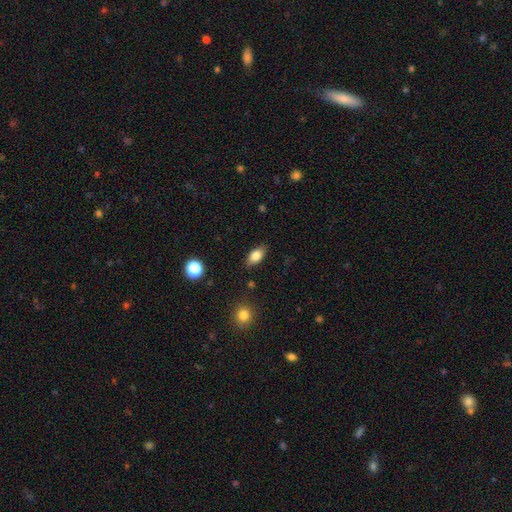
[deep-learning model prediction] A smooth galaxy with no disk features (82%) that is in between round and cigar-shaped (88%). Merging: none (85%).